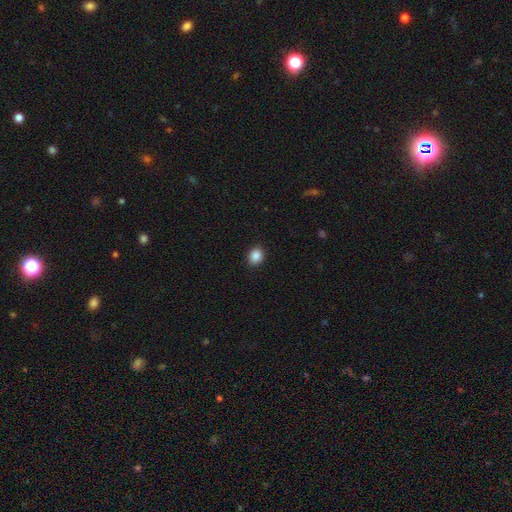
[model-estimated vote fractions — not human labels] smooth 87%, star or artifact 9%, featured or disk 3%. Down the decision tree: how rounded — round (57%); merging — none (90%).